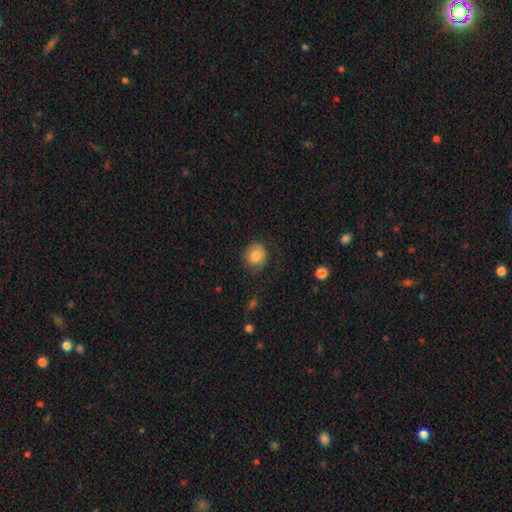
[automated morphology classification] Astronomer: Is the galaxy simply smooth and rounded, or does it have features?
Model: smooth — 83%.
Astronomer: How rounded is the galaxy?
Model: round — 85%.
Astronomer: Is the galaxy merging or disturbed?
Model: none — 81%.